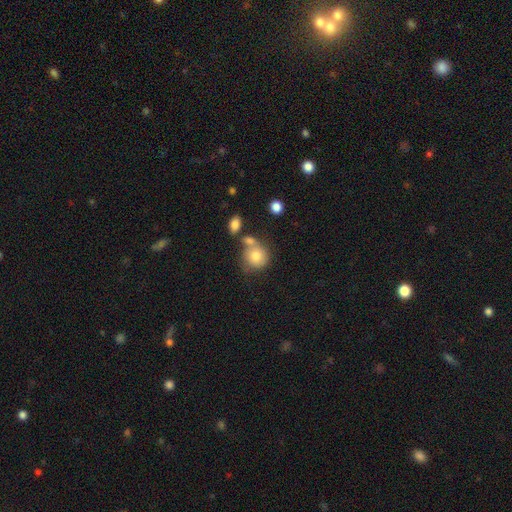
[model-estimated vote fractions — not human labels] Overall: smooth (77%). How rounded: round (80%). Merging: none (42%; merger 33%).